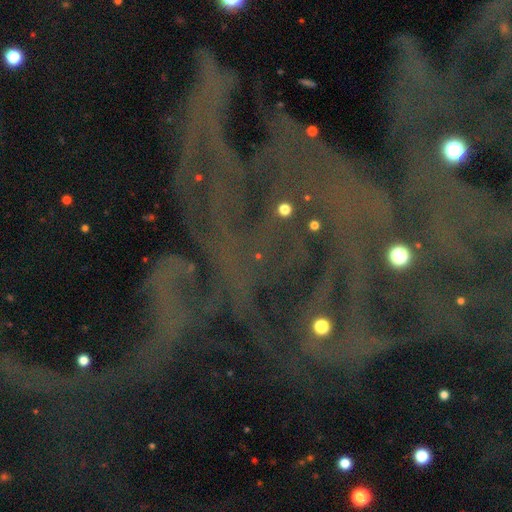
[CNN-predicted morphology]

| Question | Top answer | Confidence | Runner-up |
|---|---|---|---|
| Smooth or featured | star or artifact | 80% | featured or disk (12%) |